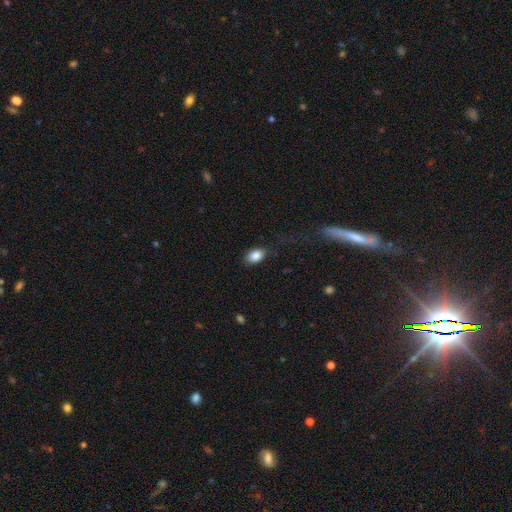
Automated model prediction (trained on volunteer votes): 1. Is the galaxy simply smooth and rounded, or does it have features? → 86% smooth, 8% star or artifact, 6% featured or disk.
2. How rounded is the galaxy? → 86% in between, 12% round, 2% cigar-shaped.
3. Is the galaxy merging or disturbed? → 80% none, 14% minor disturbance, 5% major disturbance, 1% merger.